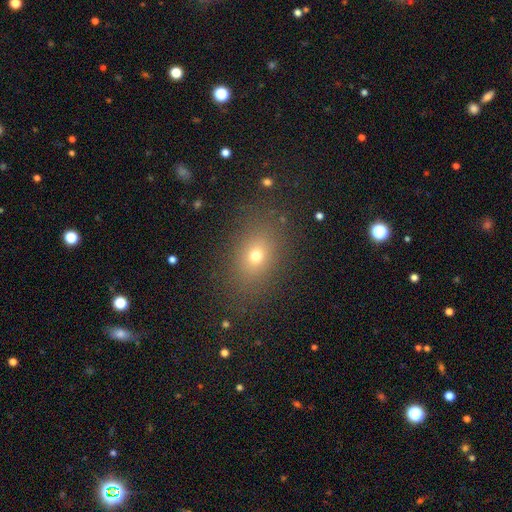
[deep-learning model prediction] The model was most divided on "how rounded": in between: 67%, round: 31%, cigar-shaped: 2%. More confident: merging — none (84%); smooth or featured — smooth (68%).